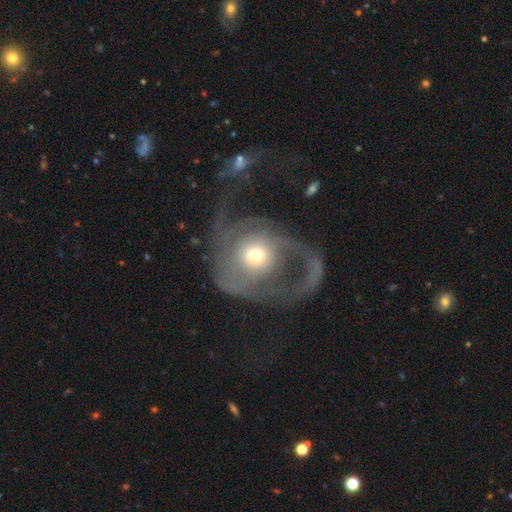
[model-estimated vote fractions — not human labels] A featured or disk galaxy (68%) with no bar (78%), spiral arms (66%) and a moderate central bulge (57%). Merging: major disturbance (50%).